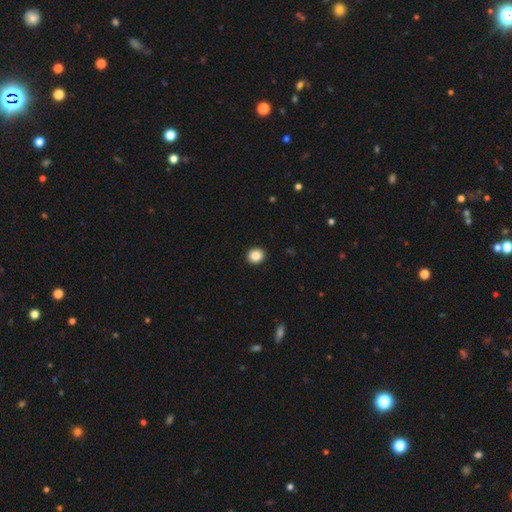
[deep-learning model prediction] Smooth or featured? smooth (89%)
How rounded? round (80%)
Merging? none (92%)